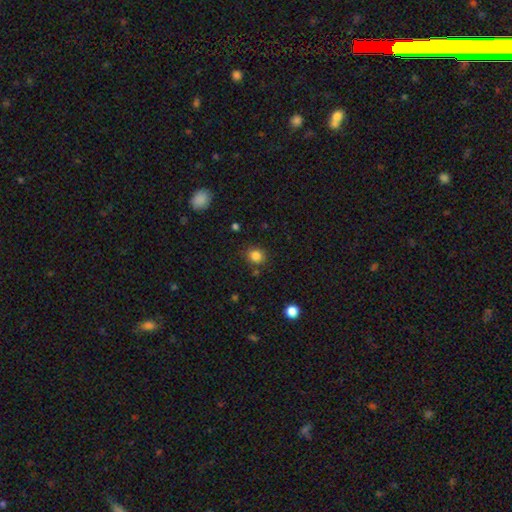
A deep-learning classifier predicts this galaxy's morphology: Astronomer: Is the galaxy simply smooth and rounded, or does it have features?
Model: smooth — 84%.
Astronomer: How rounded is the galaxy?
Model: round — 79%.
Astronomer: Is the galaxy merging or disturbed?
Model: none — 84%.